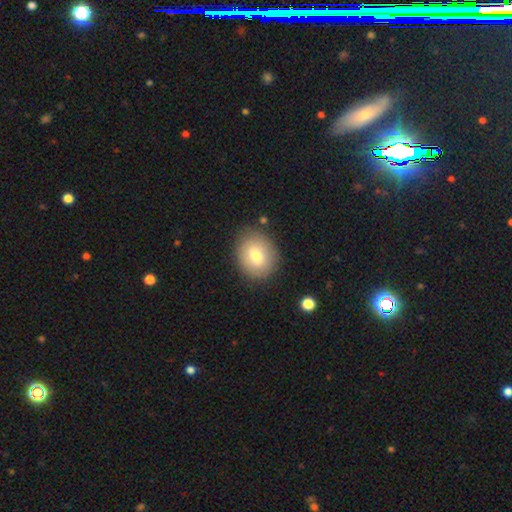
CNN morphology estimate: Smooth or featured? Predicted: smooth (p=0.76). How rounded? Predicted: round (p=0.50). Merging? Predicted: none (p=0.84).